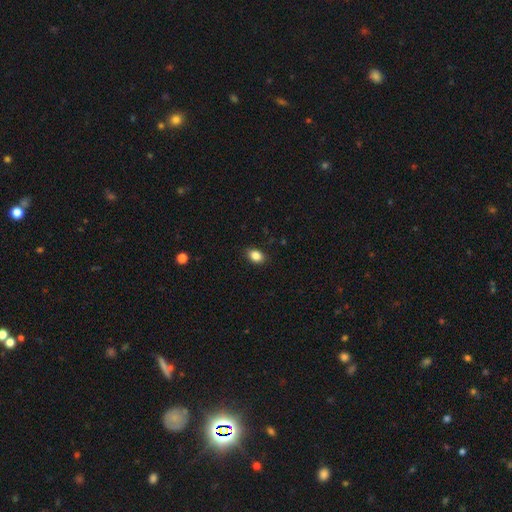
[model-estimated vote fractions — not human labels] Q: Smooth or featured?
A: smooth (86%); runner-up: star or artifact (9%)
Q: How rounded?
A: in between (74%); runner-up: round (25%)
Q: Merging?
A: none (88%); runner-up: minor disturbance (9%)